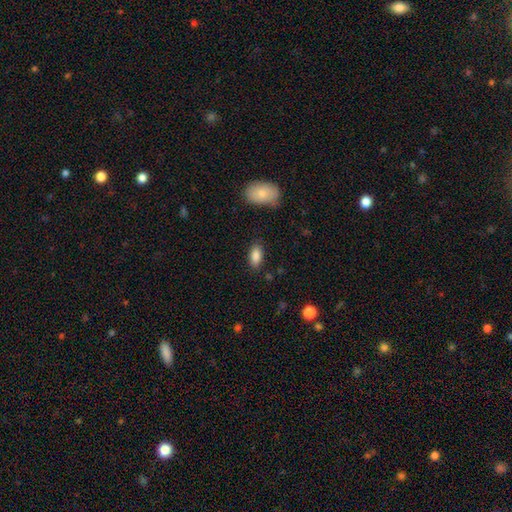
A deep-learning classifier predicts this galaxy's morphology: The model was most divided on "merging": none: 83%, minor disturbance: 12%, major disturbance: 3%, merger: 2%. More confident: how rounded — in between (91%); smooth or featured — smooth (87%).